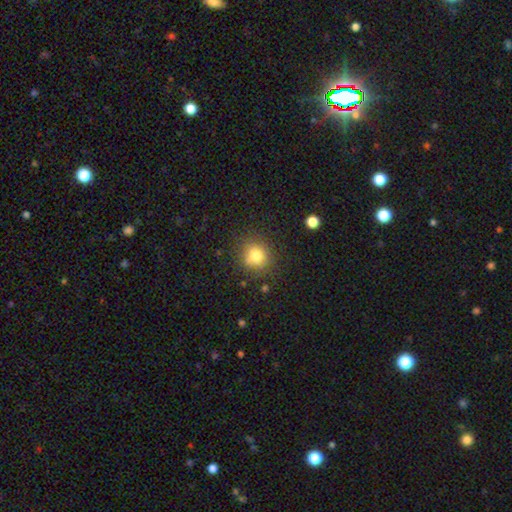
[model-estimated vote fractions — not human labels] This appears to be a smooth galaxy with no disk features (79%) that is round (86%). Merging: none (80%).